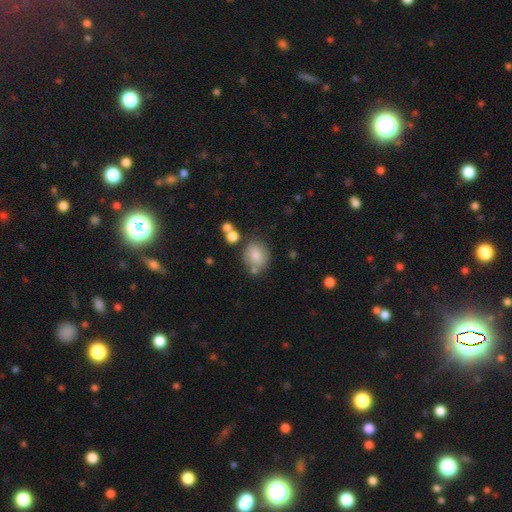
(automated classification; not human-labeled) smooth 79%, featured or disk 12%, star or artifact 9%. Down the decision tree: how rounded — round (63%); merging — none (65%).